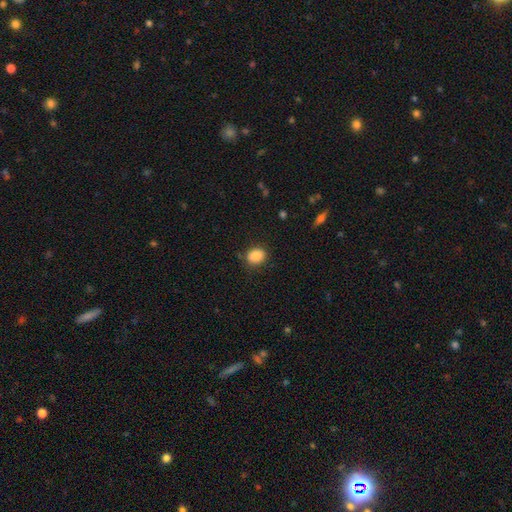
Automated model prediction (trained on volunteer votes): A smooth galaxy with no disk features (87%) that is round (53%). Merging: none (82%).